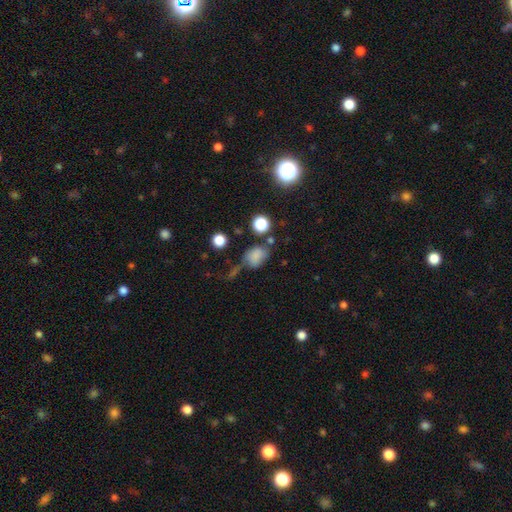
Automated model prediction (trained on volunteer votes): This is likely a smooth galaxy (75%). How rounded: likely in between (65%). Merging: possibly none (46%).